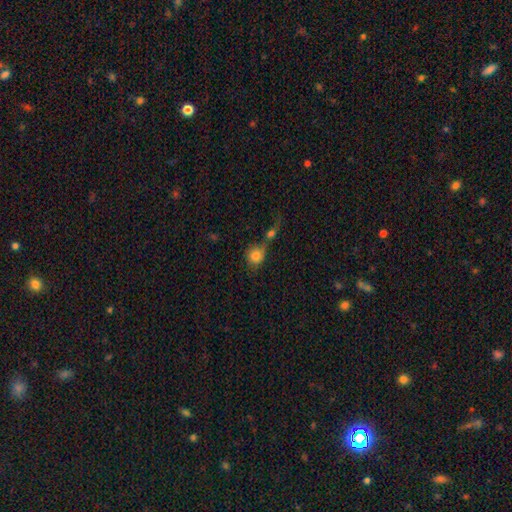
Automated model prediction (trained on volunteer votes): Q: Smooth or featured?
A: smooth (81%); runner-up: featured or disk (10%)
Q: How rounded?
A: round (80%); runner-up: in between (18%)
Q: Merging?
A: merger (44%); runner-up: none (37%)